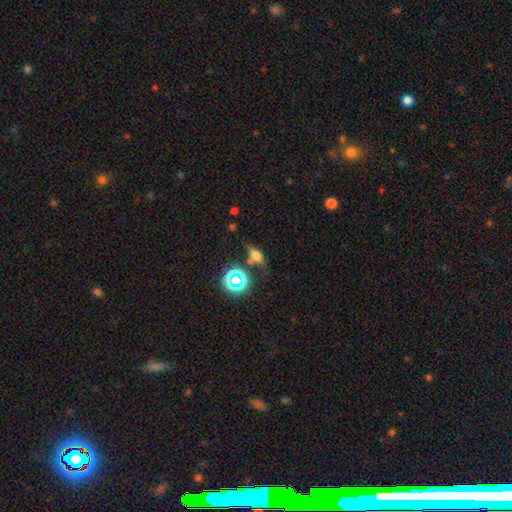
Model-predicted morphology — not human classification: Smooth or featured: smooth — 53% (featured or disk — 24%)
How rounded: in between — 57% (cigar-shaped — 26%)
Merging: none — 61% (minor disturbance — 19%)